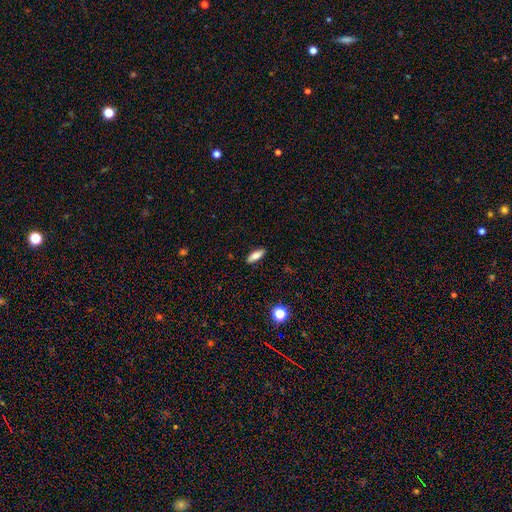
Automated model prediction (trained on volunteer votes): A smooth galaxy with no disk features (78%) that is in between round and cigar-shaped (65%). Merging: none (88%).